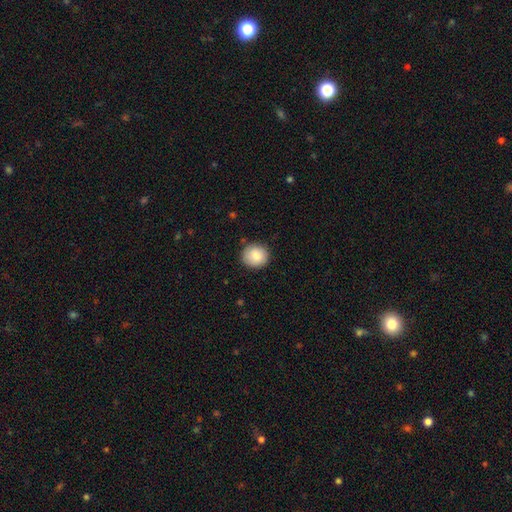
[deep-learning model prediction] Morphology: type=smooth (86%); roundness=round (88%); merging=none (87%).